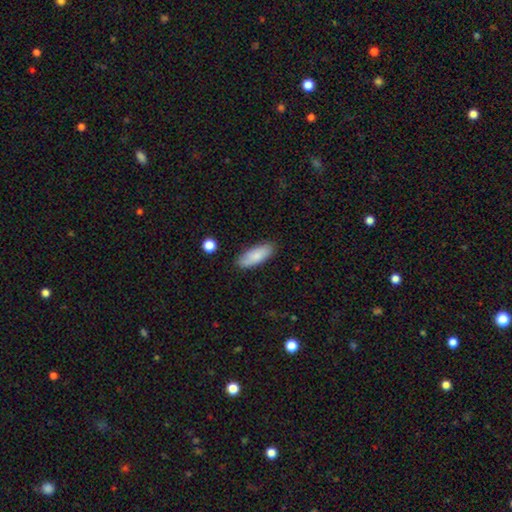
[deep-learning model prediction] Smooth or featured? smooth (83%)
How rounded? in between (74%)
Merging? none (81%)